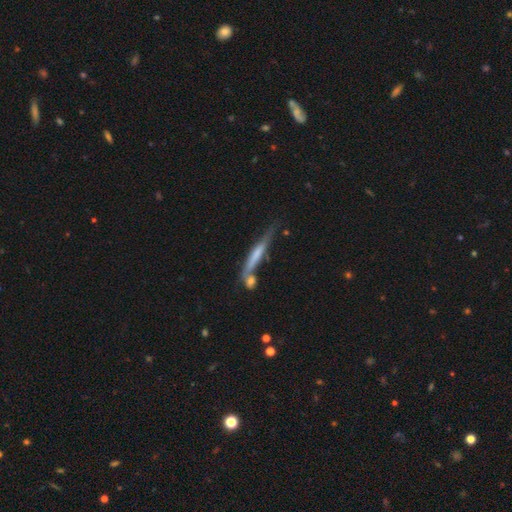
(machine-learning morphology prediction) This is possibly a featured or disk galaxy (51%). It is clearly viewed edge-on (89%). Merging: possibly none (49%).